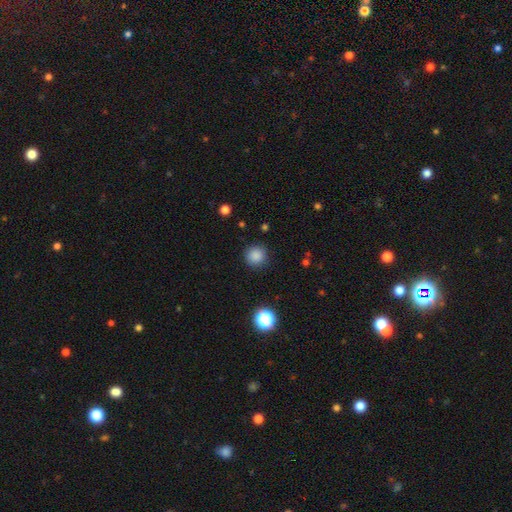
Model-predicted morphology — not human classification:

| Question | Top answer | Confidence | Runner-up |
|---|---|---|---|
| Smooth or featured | smooth | 85% | star or artifact (12%) |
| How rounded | round | 94% | in between (5%) |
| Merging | none | 89% | minor disturbance (7%) |